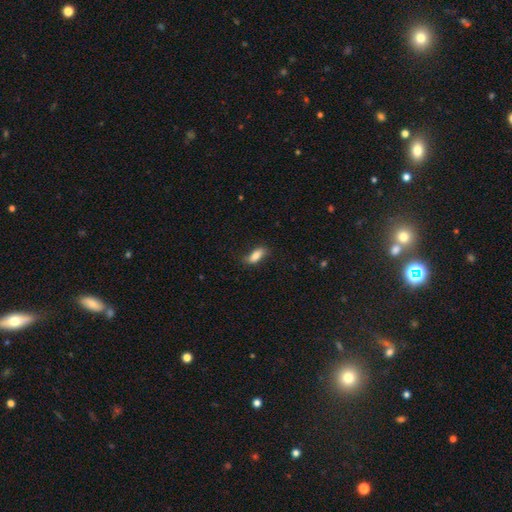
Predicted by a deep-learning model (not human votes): Smooth or featured: smooth — 81% (featured or disk — 12%)
How rounded: in between — 78% (cigar-shaped — 20%)
Merging: none — 72% (minor disturbance — 21%)